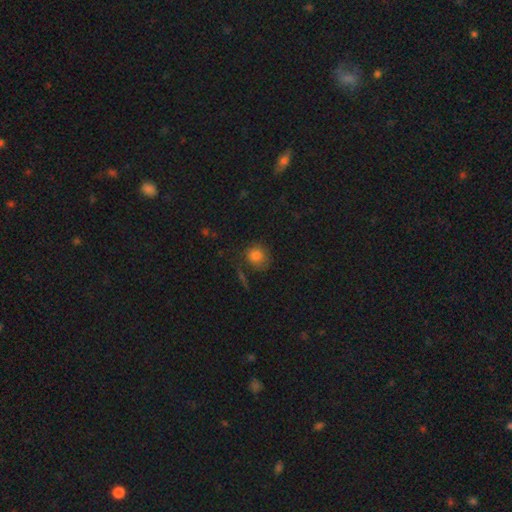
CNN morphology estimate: Q: Smooth or featured?
A: smooth (81%); runner-up: star or artifact (11%)
Q: How rounded?
A: round (84%); runner-up: in between (15%)
Q: Merging?
A: none (70%); runner-up: minor disturbance (17%)